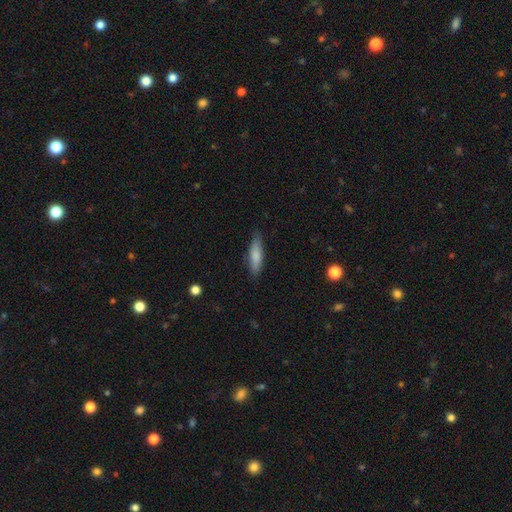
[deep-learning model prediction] The model was most divided on "how rounded": cigar-shaped: 68%, in between: 31%, round: 2%. More confident: merging — none (81%); smooth or featured — smooth (77%).